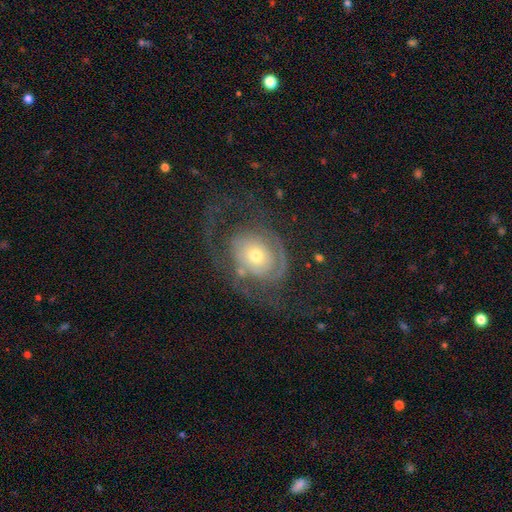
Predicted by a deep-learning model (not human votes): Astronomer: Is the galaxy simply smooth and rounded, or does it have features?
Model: featured or disk — 72%.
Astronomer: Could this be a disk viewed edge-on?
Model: no — 96%.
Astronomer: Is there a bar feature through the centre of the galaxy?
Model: no — 81%.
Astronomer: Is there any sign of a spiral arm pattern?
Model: yes — 74%.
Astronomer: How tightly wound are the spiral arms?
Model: tight — 43% (runner-up: medium, 34%).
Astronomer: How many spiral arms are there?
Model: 2 — 44% (runner-up: can't tell, 26%).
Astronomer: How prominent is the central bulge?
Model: small — 47% (runner-up: moderate, 46%).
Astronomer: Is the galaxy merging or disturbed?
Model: none — 47% (runner-up: major disturbance, 33%).